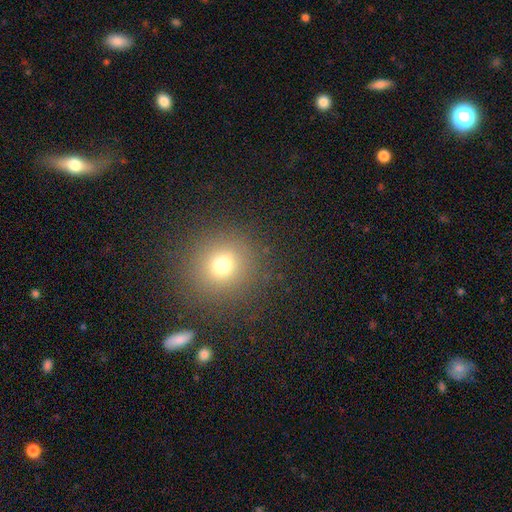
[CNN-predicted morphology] Overall: smooth (62%; star or artifact 29%). How rounded: round (93%). Merging: none (89%).